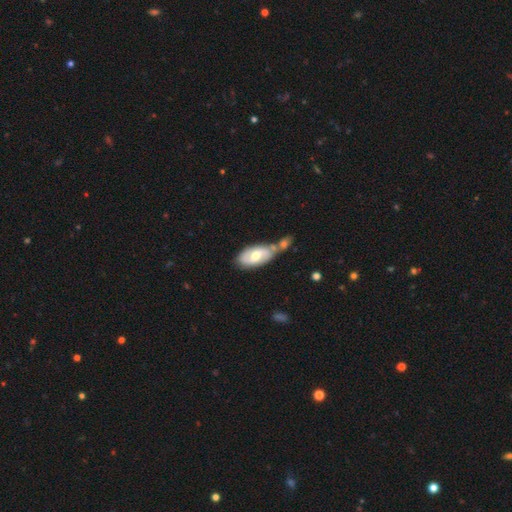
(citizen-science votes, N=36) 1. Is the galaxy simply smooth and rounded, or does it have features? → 47% smooth (tied), 47% featured or disk (tied), 6% star or artifact.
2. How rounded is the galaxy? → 94% in between, 6% round, 0% cigar-shaped.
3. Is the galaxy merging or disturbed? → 53% none, 24% minor disturbance, 24% merger, 0% major disturbance.